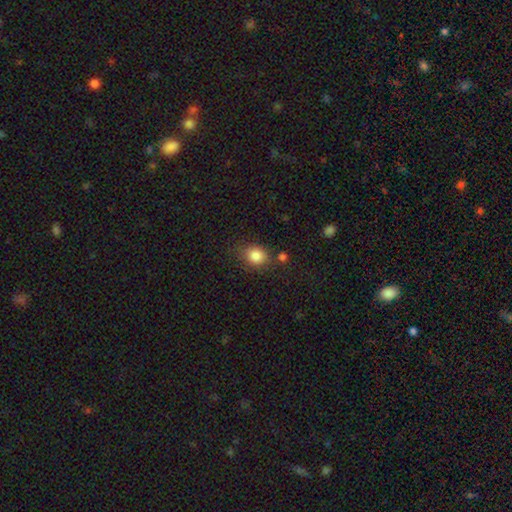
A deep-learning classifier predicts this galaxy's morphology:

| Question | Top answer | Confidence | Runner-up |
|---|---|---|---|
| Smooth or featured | smooth | 85% | star or artifact (10%) |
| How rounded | round | 60% | in between (39%) |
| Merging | none | 71% | minor disturbance (17%) |